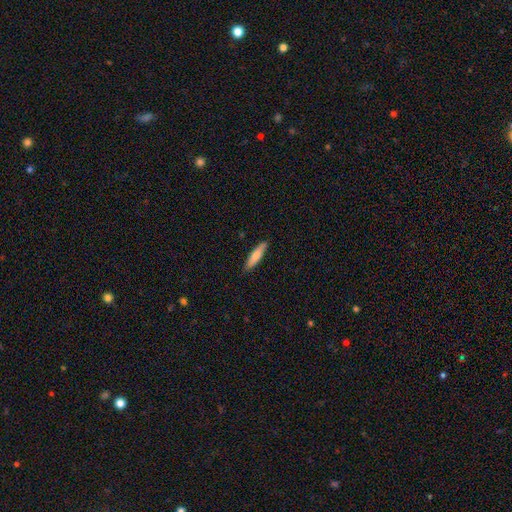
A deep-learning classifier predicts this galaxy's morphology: A smooth galaxy with no disk features (74%) that is cigar-shaped (80%). Merging: none (88%).